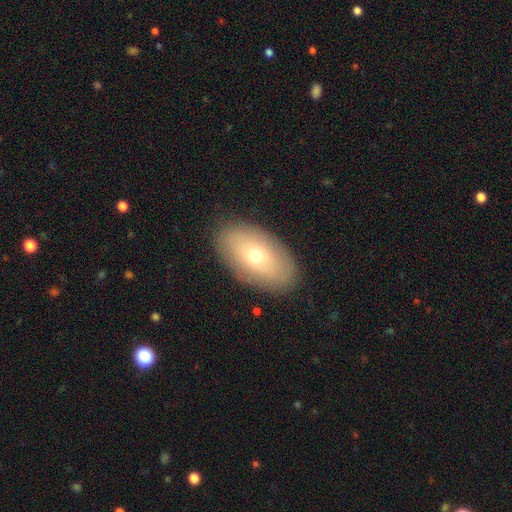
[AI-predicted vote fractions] This is likely a smooth galaxy (64%). How rounded: clearly in between (92%). Merging: clearly none (86%).